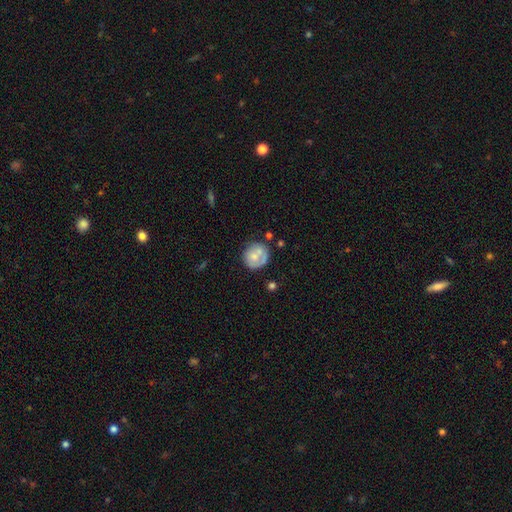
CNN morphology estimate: The model was most divided on "smooth or featured": smooth: 55%, featured or disk: 38%, star or artifact: 7%. More confident: how rounded — round (85%); merging — none (59%).